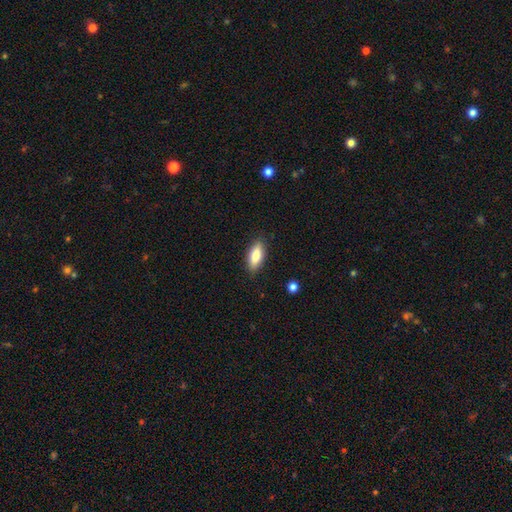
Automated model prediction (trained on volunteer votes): Morphology: type=smooth (78%); roundness=in between (73%); merging=none (86%).